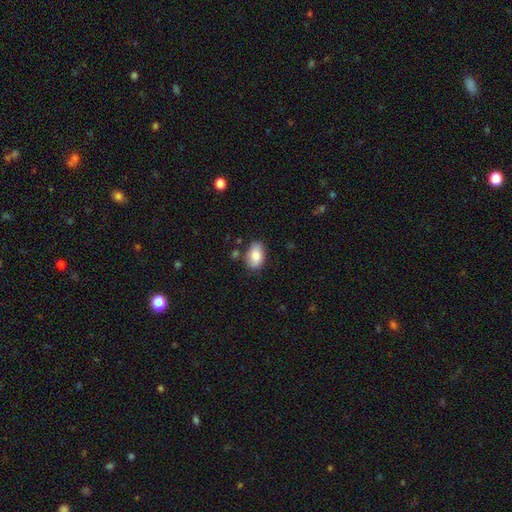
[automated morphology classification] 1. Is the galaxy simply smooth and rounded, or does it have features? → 84% smooth, 10% featured or disk, 7% star or artifact.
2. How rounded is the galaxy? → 89% in between, 9% round, 1% cigar-shaped.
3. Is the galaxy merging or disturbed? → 76% none, 16% minor disturbance, 4% merger, 3% major disturbance.